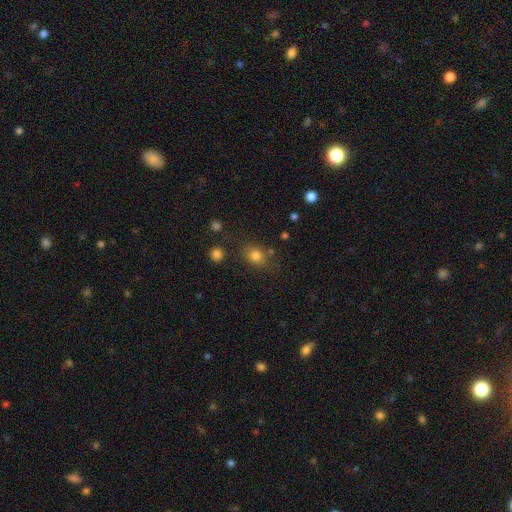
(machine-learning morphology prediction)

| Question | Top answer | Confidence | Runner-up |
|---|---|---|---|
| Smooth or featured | smooth | 79% | star or artifact (13%) |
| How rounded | in between | 53% | round (45%) |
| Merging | none | 74% | minor disturbance (15%) |